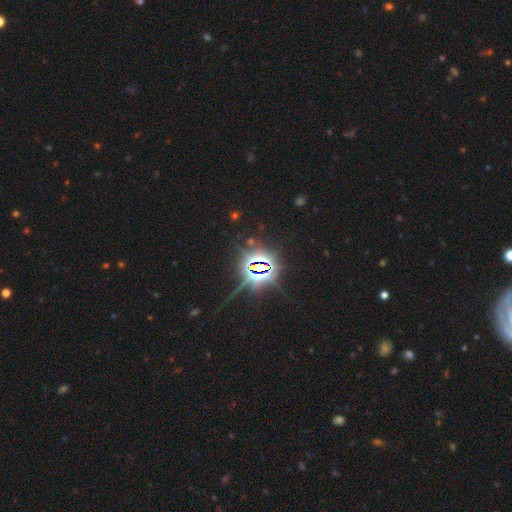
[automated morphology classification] A star or artifact, not a galaxy (86%).

Vote fractions:
- Smooth or featured? star or artifact: 86% / smooth: 8% / featured or disk: 6%